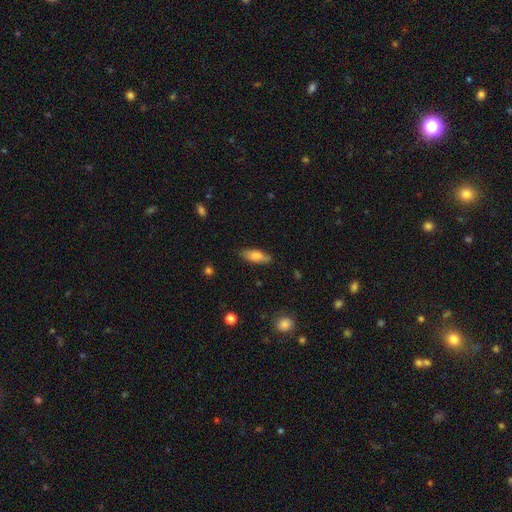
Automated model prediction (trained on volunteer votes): smooth-or-featured: smooth: 73% | featured or disk: 20% | star or artifact: 7%
  how-rounded: in between: 72% | cigar-shaped: 26% | round: 2%
  merging: none: 81% | minor disturbance: 15% | major disturbance: 3% | merger: 2%